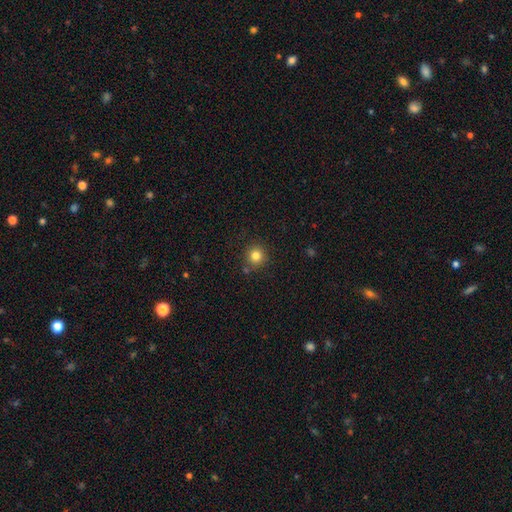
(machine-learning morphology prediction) Smooth or featured? Predicted: smooth (p=0.81). How rounded? Predicted: round (p=0.93). Merging? Predicted: none (p=0.83).